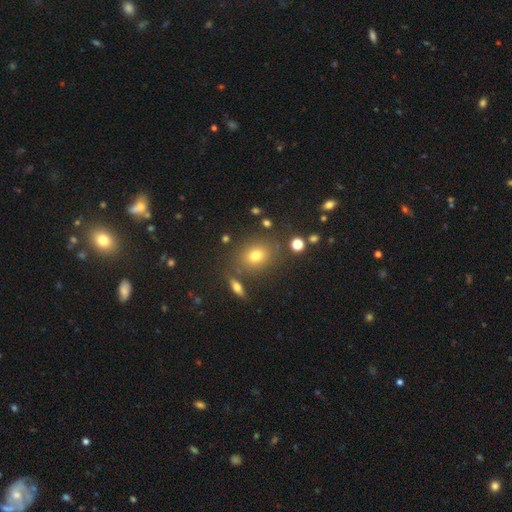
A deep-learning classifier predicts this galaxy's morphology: Smooth or featured: smooth — 74% (star or artifact — 15%)
How rounded: round — 51% (in between — 47%)
Merging: none — 78% (minor disturbance — 11%)